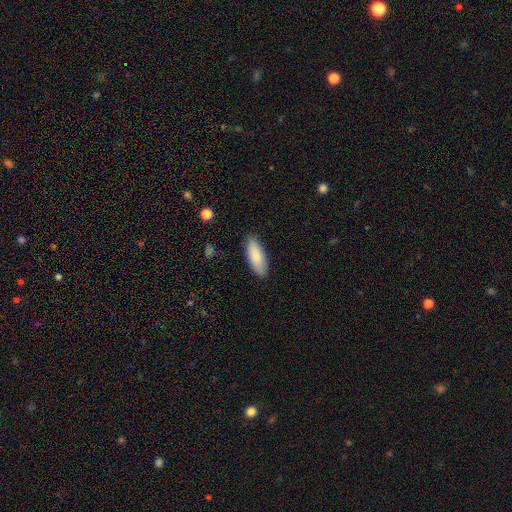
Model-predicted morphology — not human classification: Q: Smooth or featured?
A: smooth (84%); runner-up: featured or disk (10%)
Q: How rounded?
A: in between (67%); runner-up: cigar-shaped (31%)
Q: Merging?
A: none (88%); runner-up: minor disturbance (9%)